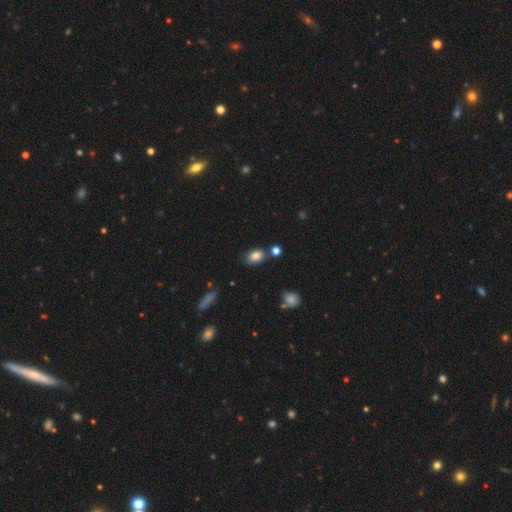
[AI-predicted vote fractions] Smooth or featured? smooth (84%)
How rounded? in between (84%)
Merging? none (72%)